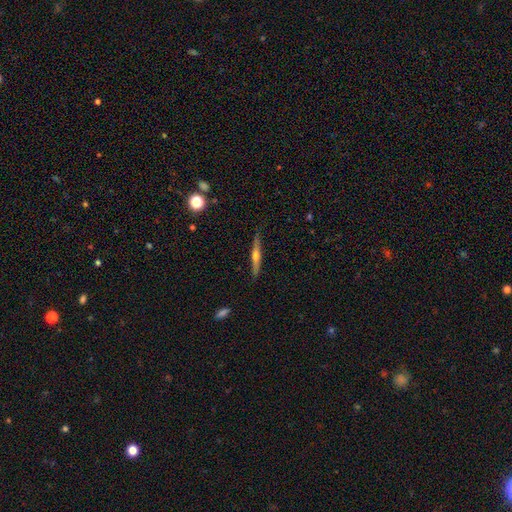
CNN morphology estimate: smooth_or_featured: featured or disk (p=0.62) [alt: smooth p=0.32]
disk_edge_on: yes (p=0.97) [alt: no p=0.03]
edge_on_bulge: rounded (p=0.84) [alt: none p=0.11]
merging: none (p=0.88) [alt: minor disturbance p=0.09]